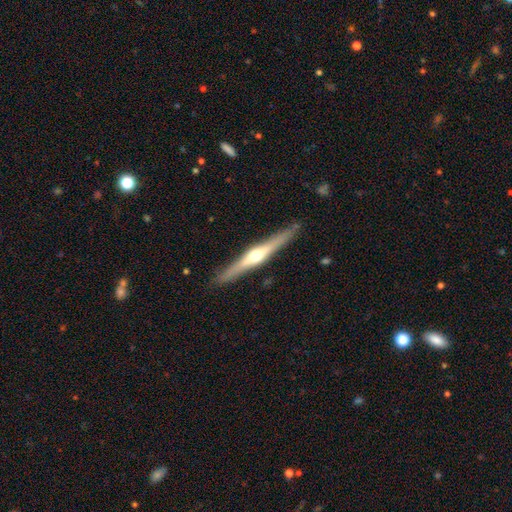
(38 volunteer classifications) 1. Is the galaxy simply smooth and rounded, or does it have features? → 68% featured or disk, 26% smooth, 5% star or artifact.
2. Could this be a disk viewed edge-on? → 100% yes, 0% no.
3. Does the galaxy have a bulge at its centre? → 92% rounded, 4% boxy, 4% none.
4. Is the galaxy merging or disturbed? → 89% none, 6% merger, 3% minor disturbance, 3% major disturbance.